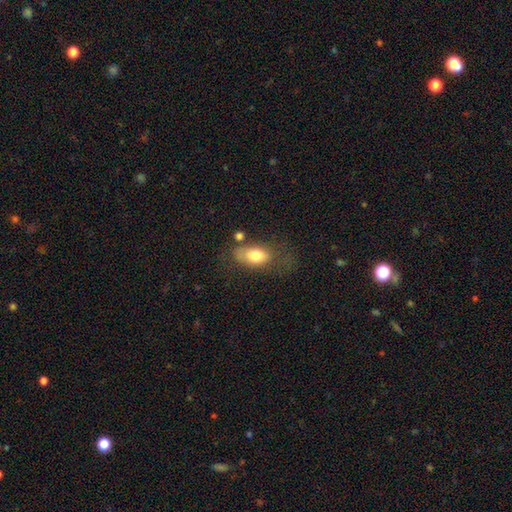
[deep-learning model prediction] smooth 74%, featured or disk 18%, star or artifact 8%. Down the decision tree: how rounded — in between (88%); merging — none (46%).